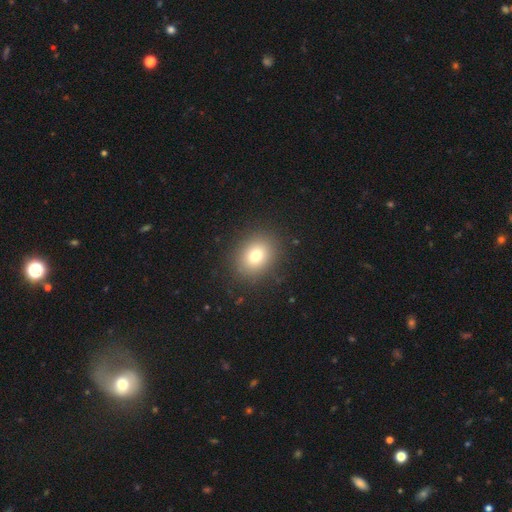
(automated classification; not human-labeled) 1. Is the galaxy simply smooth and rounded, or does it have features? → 76% smooth, 13% star or artifact, 11% featured or disk.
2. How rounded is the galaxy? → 57% round, 42% in between, 1% cigar-shaped.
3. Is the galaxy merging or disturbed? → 87% none, 8% minor disturbance, 3% major disturbance, 1% merger.